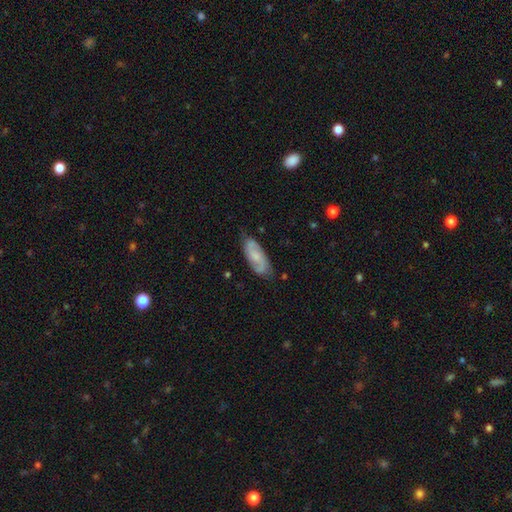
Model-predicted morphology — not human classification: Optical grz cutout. It shows a featured or disk galaxy (64%) with no bar (55%), 2 (84%) medium (47%) spiral arms (92%) and a small central bulge (46%). Merging: none (77%).